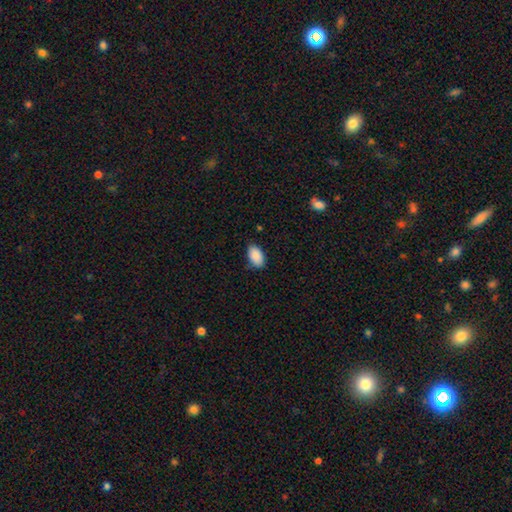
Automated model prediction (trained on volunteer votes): A smooth galaxy with no disk features (89%) that is in between round and cigar-shaped (93%).

Vote fractions:
- Smooth or featured? smooth: 89% / star or artifact: 7% / featured or disk: 4%
- How rounded? in between: 93% / round: 5% / cigar-shaped: 1%
- Merging? none: 80% / minor disturbance: 16% / major disturbance: 3% / merger: 1%